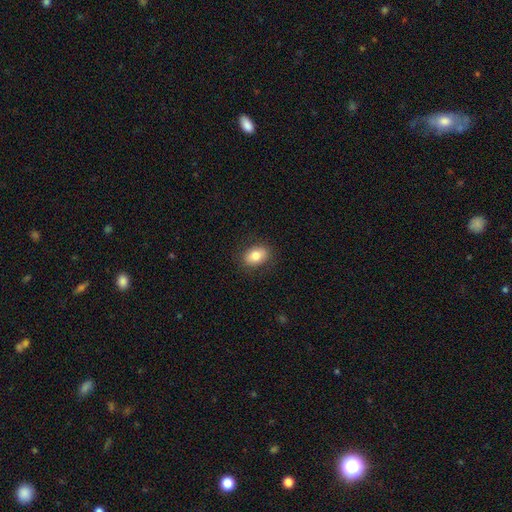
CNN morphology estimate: type=smooth (82%); roundness=in between (78%); merging=none (87%).